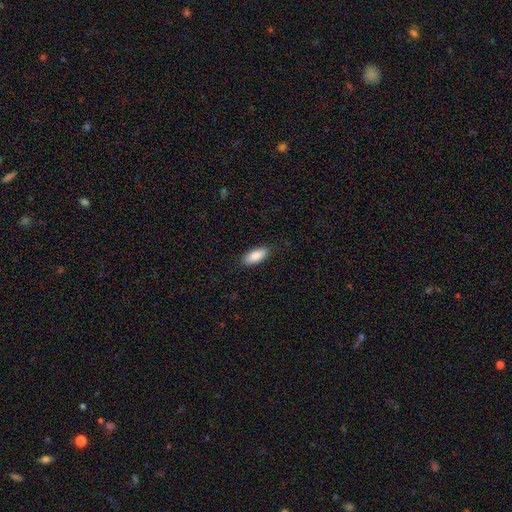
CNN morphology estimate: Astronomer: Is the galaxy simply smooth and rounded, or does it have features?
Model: smooth — 88%.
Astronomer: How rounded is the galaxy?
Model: in between — 82%.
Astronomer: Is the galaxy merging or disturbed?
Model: none — 86%.